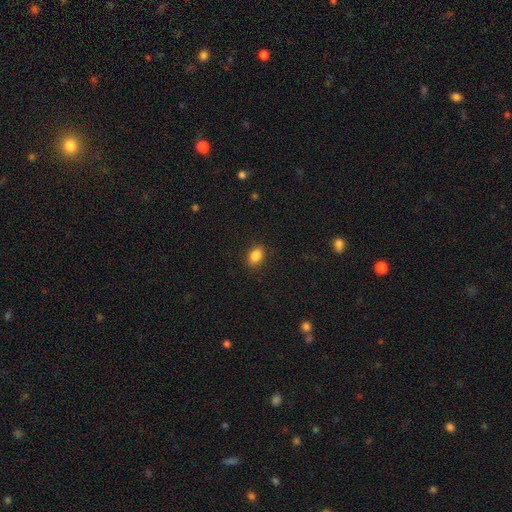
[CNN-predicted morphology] Smooth or featured? smooth (87%)
How rounded? in between (75%)
Merging? none (88%)